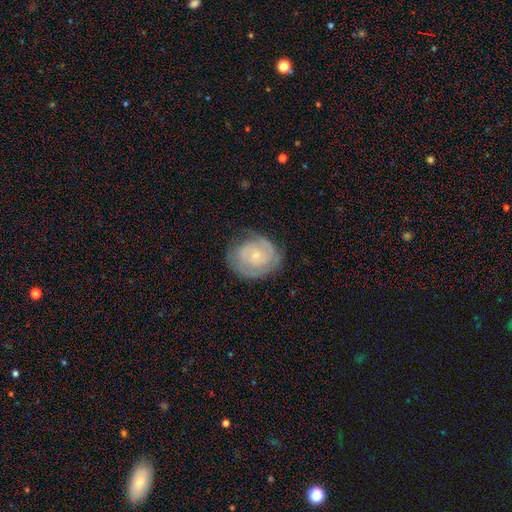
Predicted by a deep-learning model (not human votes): smooth_or_featured: featured or disk (p=0.74) [alt: smooth p=0.20]
disk_edge_on: no (p=0.97) [alt: yes p=0.03]
bar: no (p=0.76) [alt: weak p=0.20]
has_spiral_arms: yes (p=0.89) [alt: no p=0.11]
spiral_winding: tight (p=0.69) [alt: medium p=0.24]
spiral_arm_count: 2 (p=0.46) [alt: can't tell p=0.29]
bulge_size: small (p=0.74) [alt: moderate p=0.21]
merging: none (p=0.71) [alt: minor disturbance p=0.20]